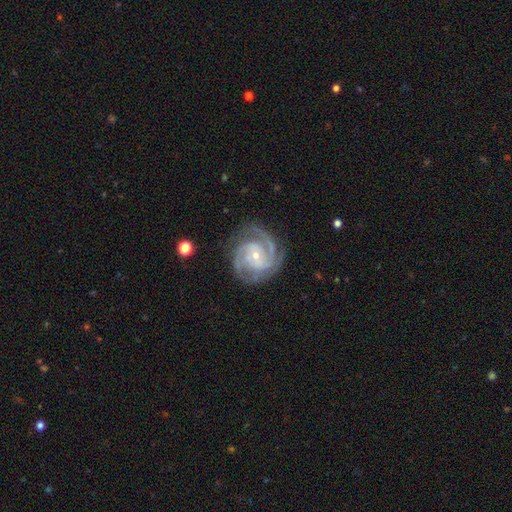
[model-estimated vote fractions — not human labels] Overall: featured or disk (91%). Edge-on disk: no (98%). Bar: no (55%; weak 32%). Spiral arms: yes (98%). Spiral arm count: 3 (42%; 2 33%). Spiral winding: tight (61%; medium 34%). Bulge size: small (74%). Merging: none (80%).